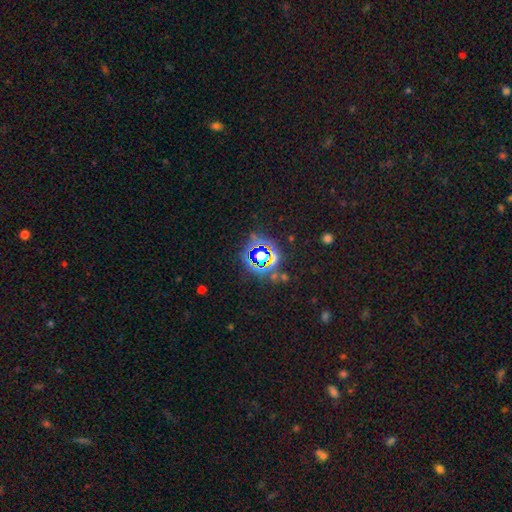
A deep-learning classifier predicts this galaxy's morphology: The model was most divided on "smooth or featured": star or artifact: 69%, smooth: 19%, featured or disk: 12%.